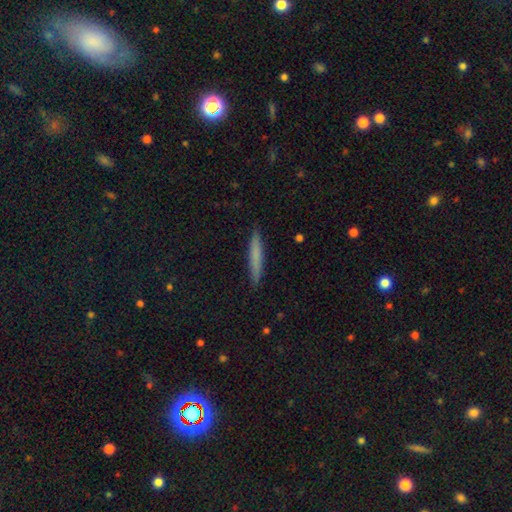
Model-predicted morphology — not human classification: This appears to be a smooth galaxy with no disk features (71%) that is cigar-shaped (95%). Merging: none (90%).